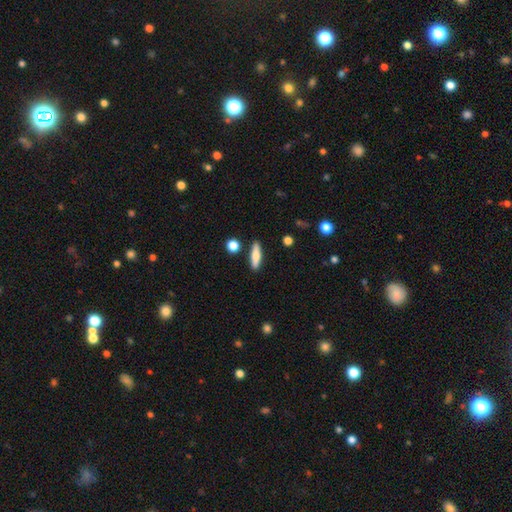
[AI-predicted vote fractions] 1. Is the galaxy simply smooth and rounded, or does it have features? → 71% smooth, 22% featured or disk, 7% star or artifact.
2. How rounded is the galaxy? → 68% cigar-shaped, 29% in between, 3% round.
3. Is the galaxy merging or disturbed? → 87% none, 8% minor disturbance, 3% merger, 2% major disturbance.